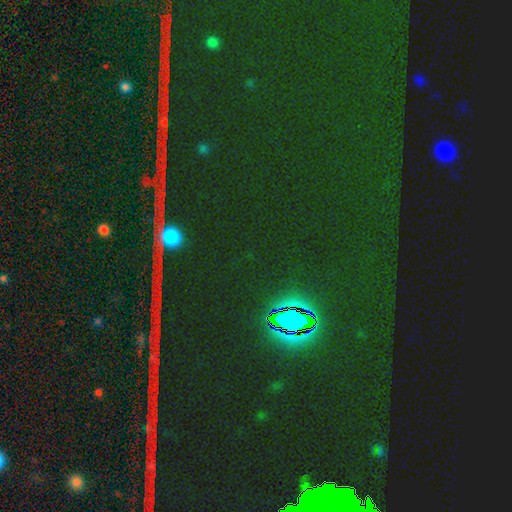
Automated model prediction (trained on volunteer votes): smooth_or_featured: star or artifact (p=0.80) [alt: featured or disk p=0.10]